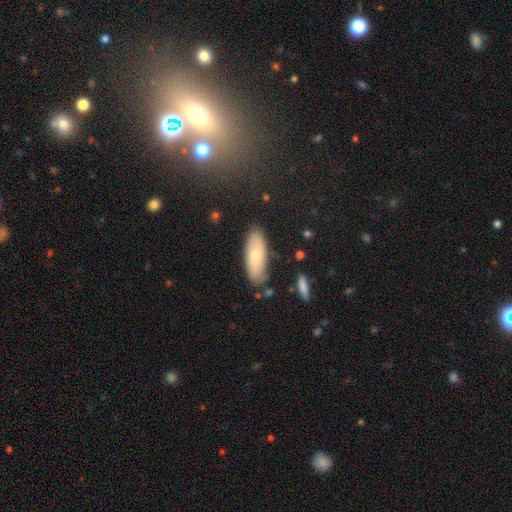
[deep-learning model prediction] Smooth or featured? Predicted: smooth (p=0.73). How rounded? Predicted: in between (p=0.71). Merging? Predicted: none (p=0.81).